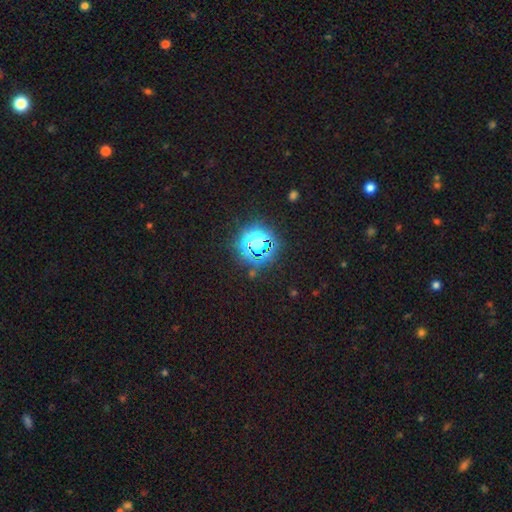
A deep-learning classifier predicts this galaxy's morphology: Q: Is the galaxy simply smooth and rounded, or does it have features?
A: star or artifact — 79%.